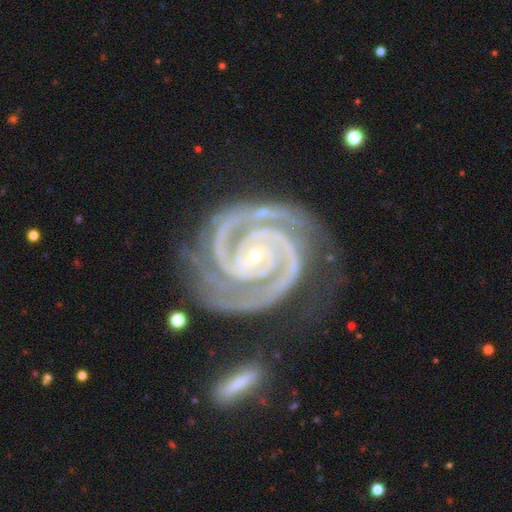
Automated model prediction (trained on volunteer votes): This is clearly a featured or disk galaxy (94%). It is clearly not viewed edge-on (98%). Bar: likely no (60%). Spiral arm pattern: clearly yes (99%). Spiral arm count: clearly 2 (85%). Spiral winding: clearly tight (81%). Central bulge: clearly small (86%). Merging: likely none (73%).